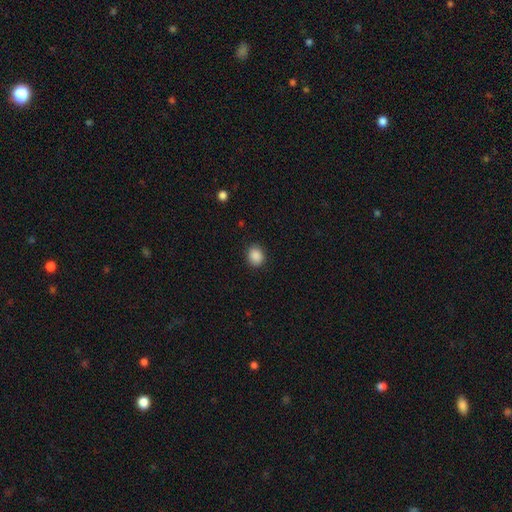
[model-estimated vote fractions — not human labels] smooth-or-featured: smooth: 89% | star or artifact: 9% | featured or disk: 3%
  how-rounded: round: 64% | in between: 35% | cigar-shaped: 1%
  merging: none: 88% | minor disturbance: 8% | major disturbance: 2% | merger: 1%